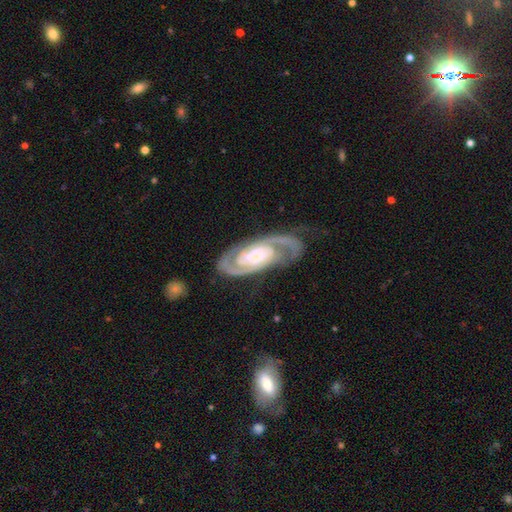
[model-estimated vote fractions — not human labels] This appears to be a featured or disk galaxy (91%) with no bar (49%), 2 (90%) tight (53%) spiral arms (98%) and a small central bulge (38%). Merging: none (73%).